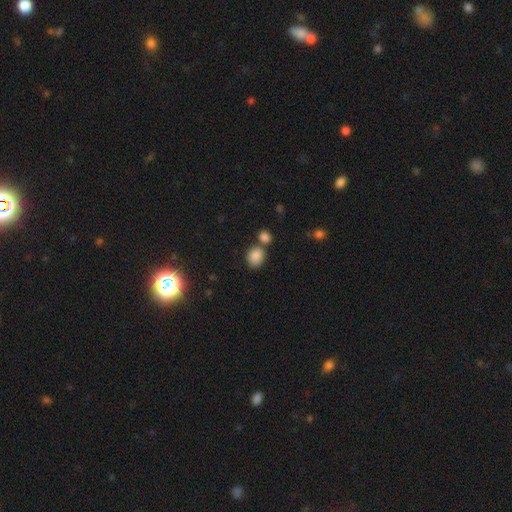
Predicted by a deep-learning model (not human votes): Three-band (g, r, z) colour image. It shows a smooth galaxy with no disk features (86%) that is round (53%). Merging: none (55%).